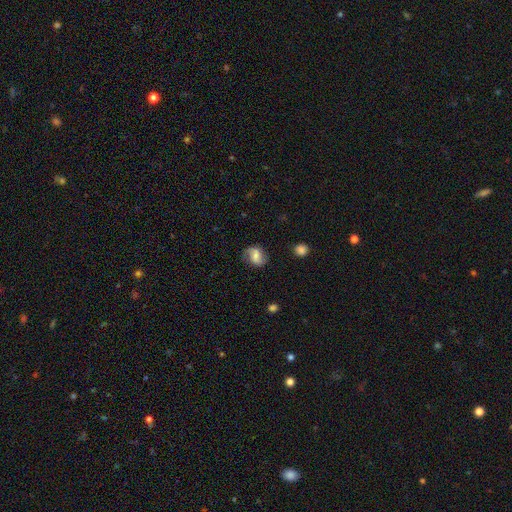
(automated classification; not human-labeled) smooth-or-featured: featured or disk: 60% | smooth: 32% | star or artifact: 8%
  disk-edge-on: no: 97% | yes: 3%
    bar: weak: 47% | no: 32% | strong: 20%
    has-spiral-arms: yes: 91% | no: 9%
      spiral-winding: loose: 44% | medium: 39% | tight: 17%
      spiral-arm-count: 2: 86% | 1: 5% | can't tell: 5% | 3: 1% | 4: 1% | more than 4: 1%
    bulge-size: moderate: 49% | small: 33% | none: 8% | large: 8% | dominant: 2%
  merging: none: 76% | minor disturbance: 17% | major disturbance: 6% | merger: 2%